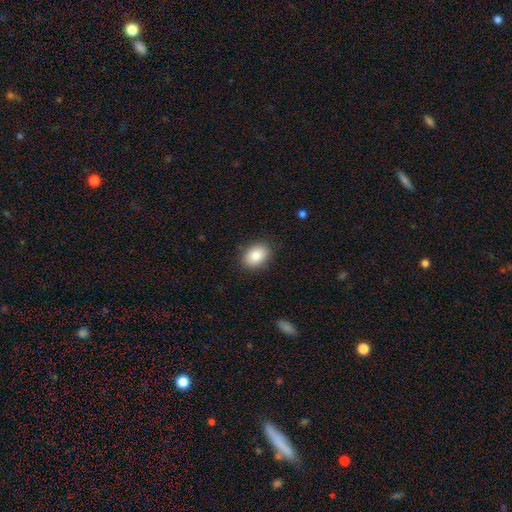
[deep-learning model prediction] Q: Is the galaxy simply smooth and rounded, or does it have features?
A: smooth — 85%.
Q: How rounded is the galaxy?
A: in between — 77%.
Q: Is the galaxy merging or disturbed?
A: none — 86%.